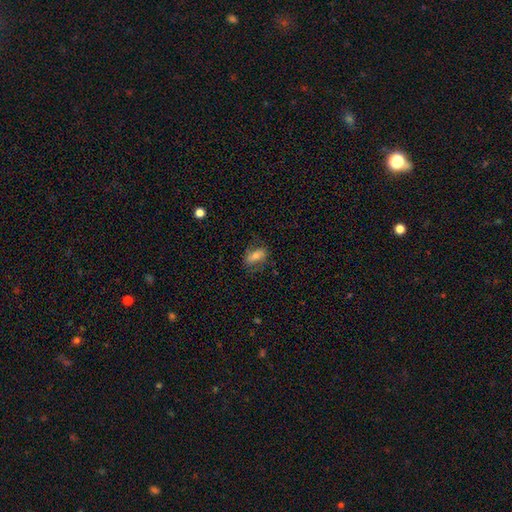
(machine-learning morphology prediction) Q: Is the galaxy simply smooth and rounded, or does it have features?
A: smooth — 58%.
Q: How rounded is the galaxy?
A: in between — 80%.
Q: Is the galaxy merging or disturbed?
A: none — 71%.